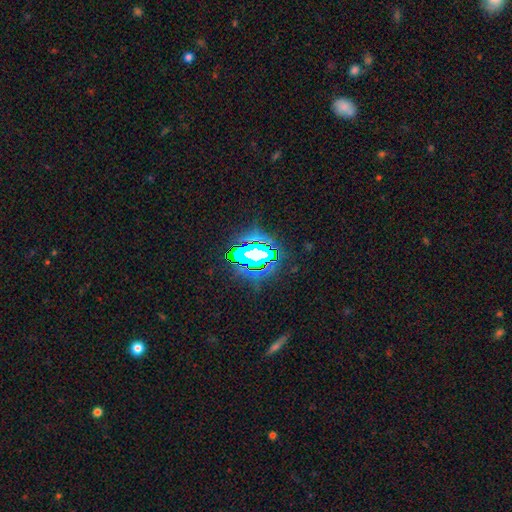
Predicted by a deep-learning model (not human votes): smooth-or-featured: star or artifact: 69% | smooth: 17% | featured or disk: 14%